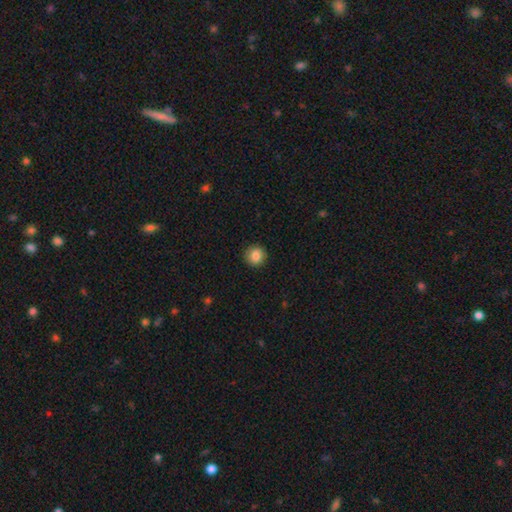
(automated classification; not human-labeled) Overall: smooth (86%). How rounded: round (92%). Merging: none (89%).